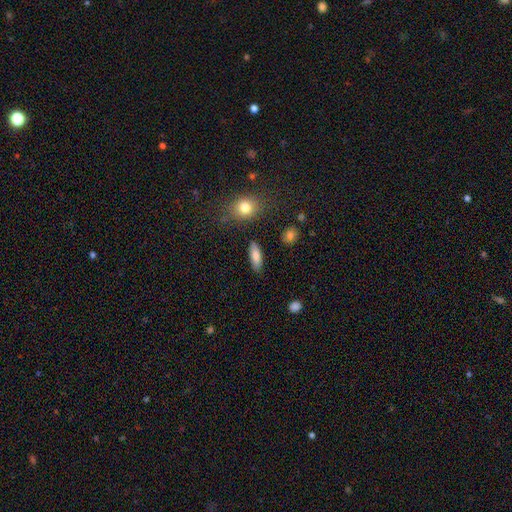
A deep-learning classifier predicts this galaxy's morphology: Smooth or featured? Predicted: smooth (p=0.79). How rounded? Predicted: in between (p=0.63). Merging? Predicted: none (p=0.86).